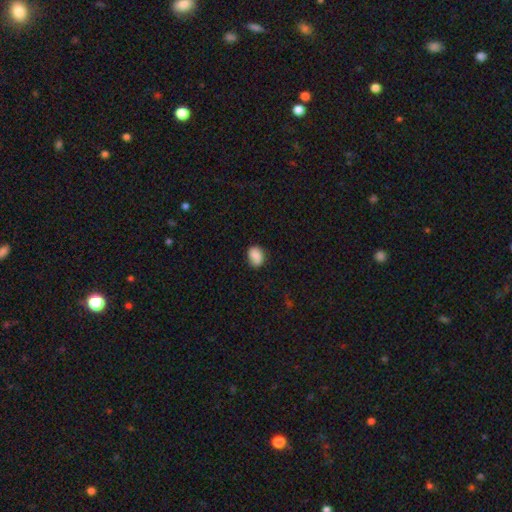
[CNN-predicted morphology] This appears to be a smooth galaxy with no disk features (85%) that is in between round and cigar-shaped (64%). Merging: none (75%).